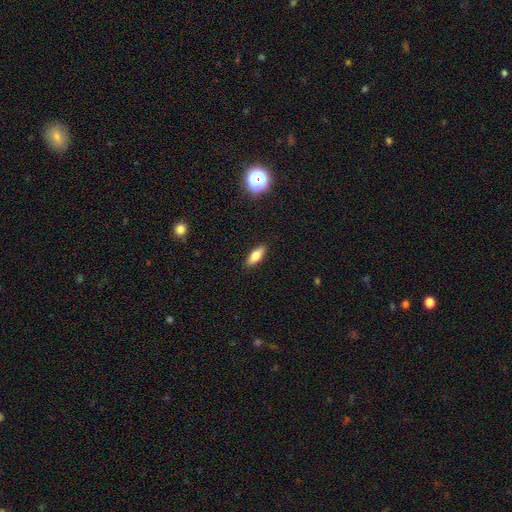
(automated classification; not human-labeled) smooth_or_featured: smooth (p=0.73) [alt: featured or disk p=0.19]
how_rounded: in between (p=0.71) [alt: cigar-shaped p=0.26]
merging: none (p=0.89) [alt: minor disturbance p=0.08]